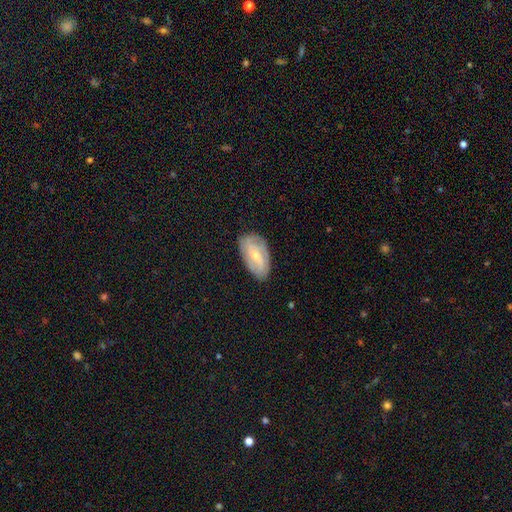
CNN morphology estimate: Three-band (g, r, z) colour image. It shows a featured or disk galaxy (61%) with a weak bar (41%), spiral arms (71%) and a small central bulge (57%). Merging: none (78%).